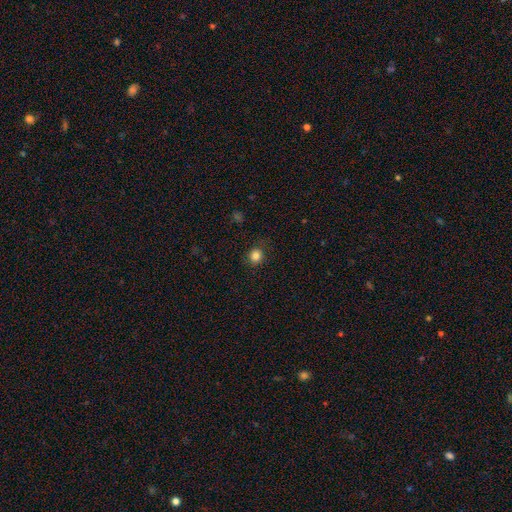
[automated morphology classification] This is clearly a smooth galaxy (84%). How rounded: clearly round (84%). Merging: clearly none (86%).